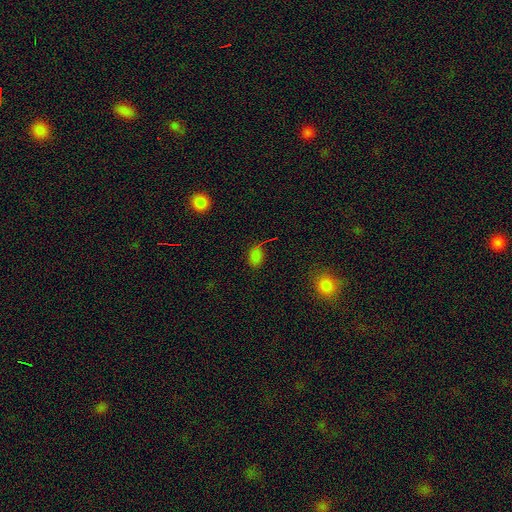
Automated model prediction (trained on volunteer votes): Smooth or featured?
  - smooth: 71% *
  - star or artifact: 23%
  - featured or disk: 6%
How rounded?
  - in between: 76% *
  - round: 22%
  - cigar-shaped: 2%
Merging?
  - none: 65% *
  - minor disturbance: 21%
  - major disturbance: 9%
  - merger: 5%